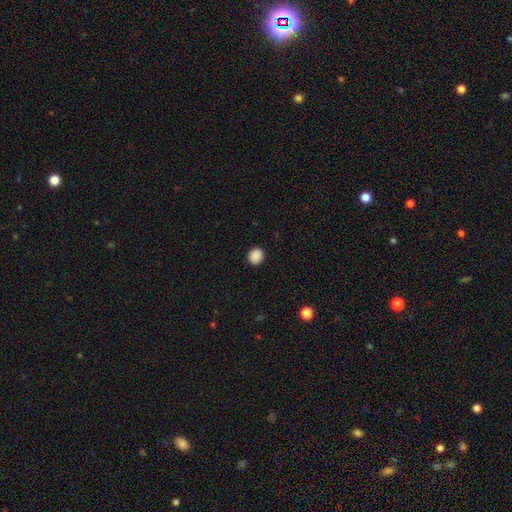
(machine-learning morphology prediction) Smooth or featured: smooth — 89% (star or artifact — 9%)
How rounded: round — 82% (in between — 17%)
Merging: none — 92% (minor disturbance — 6%)